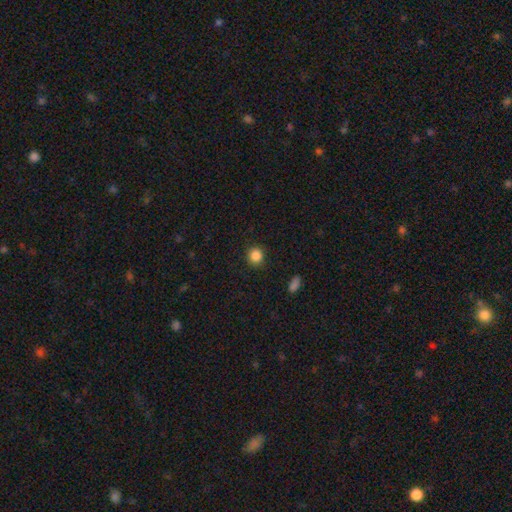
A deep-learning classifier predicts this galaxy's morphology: Smooth or featured? smooth (86%)
How rounded? round (90%)
Merging? none (91%)